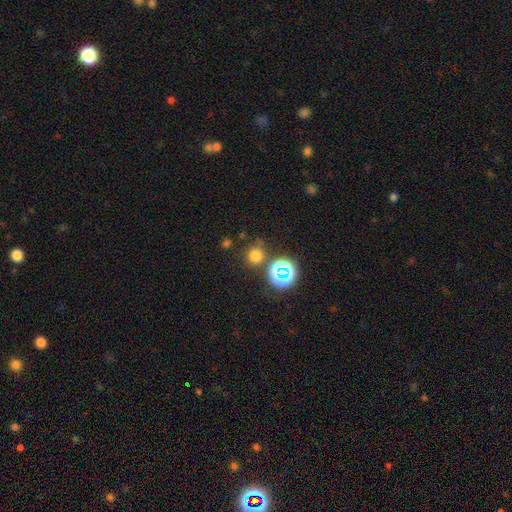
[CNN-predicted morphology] A smooth galaxy with no disk features (69%) that is round (88%). Merging: none (75%).